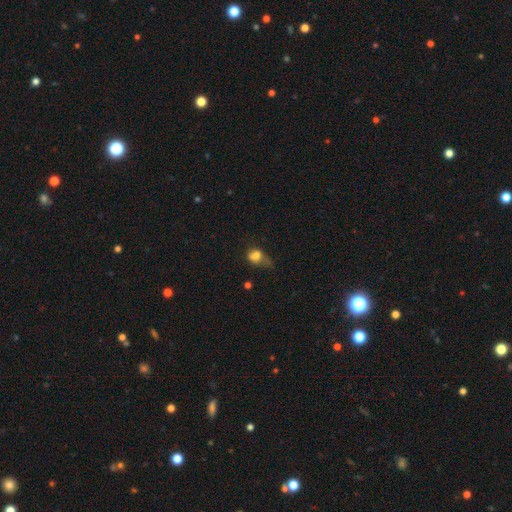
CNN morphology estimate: Smooth or featured?
  - smooth: 69% *
  - featured or disk: 18%
  - star or artifact: 13%
How rounded?
  - in between: 60% *
  - round: 37%
  - cigar-shaped: 2%
Merging?
  - major disturbance: 40% *
  - minor disturbance: 28%
  - none: 21%
  - merger: 11%